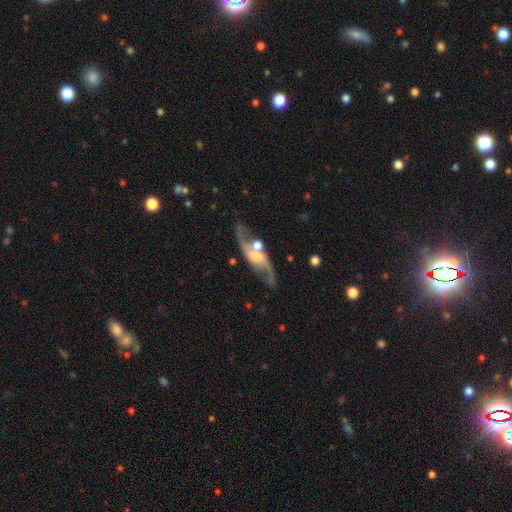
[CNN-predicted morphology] A featured or disk galaxy (85%) with a weak bar (42%), 2 (93%) loose (75%) spiral arms (95%) and a moderate central bulge (38%). Merging: none (64%).